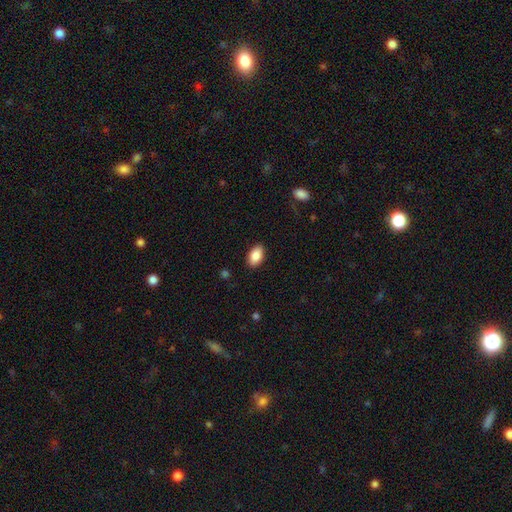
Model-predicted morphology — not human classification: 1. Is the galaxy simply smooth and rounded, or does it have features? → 88% smooth, 7% star or artifact, 6% featured or disk.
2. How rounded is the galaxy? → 92% in between, 6% round, 2% cigar-shaped.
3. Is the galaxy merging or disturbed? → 89% none, 8% minor disturbance, 2% major disturbance, 1% merger.